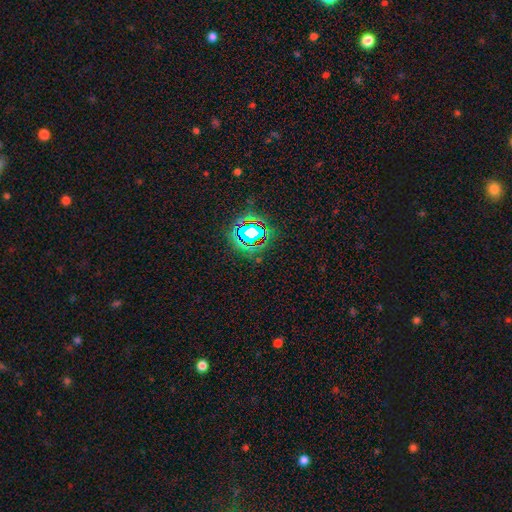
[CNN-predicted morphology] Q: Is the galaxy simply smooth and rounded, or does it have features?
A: star or artifact — 82%.